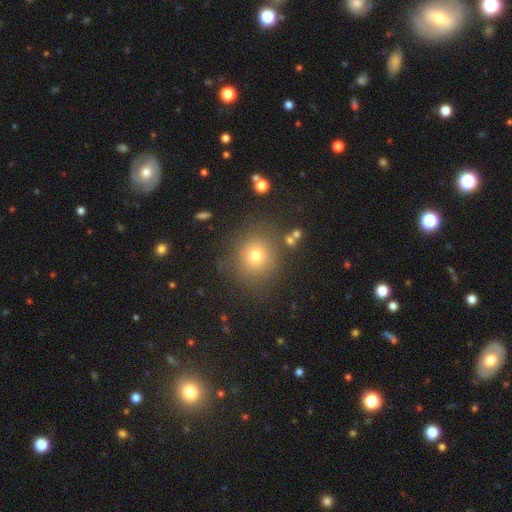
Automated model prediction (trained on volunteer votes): This appears to be a smooth galaxy with no disk features (73%) that is round (84%). Merging: none (80%).